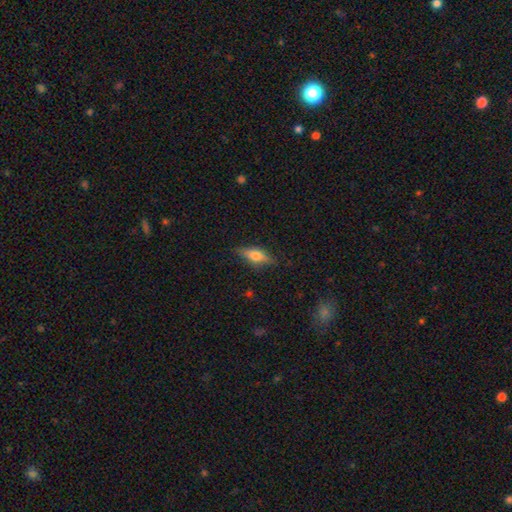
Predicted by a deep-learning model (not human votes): Q: Smooth or featured?
A: smooth (53%); runner-up: featured or disk (39%)
Q: How rounded?
A: in between (60%); runner-up: cigar-shaped (36%)
Q: Merging?
A: none (80%); runner-up: minor disturbance (15%)